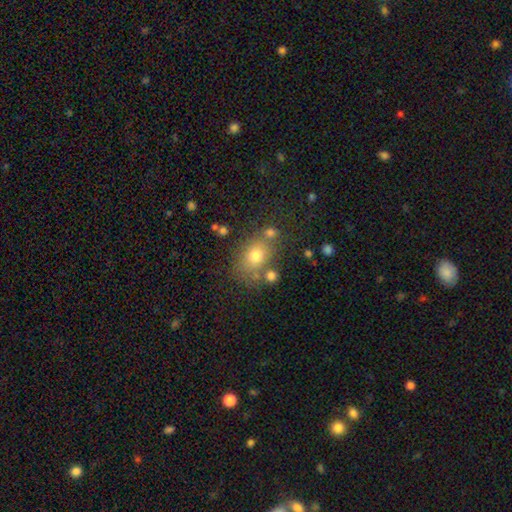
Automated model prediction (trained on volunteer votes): Smooth or featured? Predicted: smooth (p=0.72). How rounded? Predicted: in between (p=0.56). Merging? Predicted: none (p=0.65).